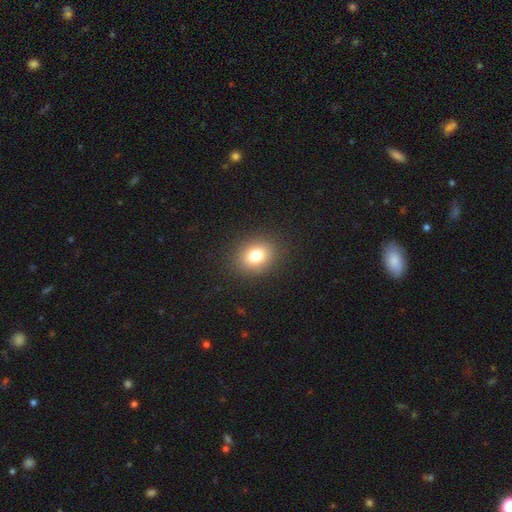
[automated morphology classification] smooth_or_featured: smooth (p=0.79) [alt: star or artifact p=0.12]
how_rounded: round (p=0.52) [alt: in between p=0.47]
merging: none (p=0.89) [alt: minor disturbance p=0.07]